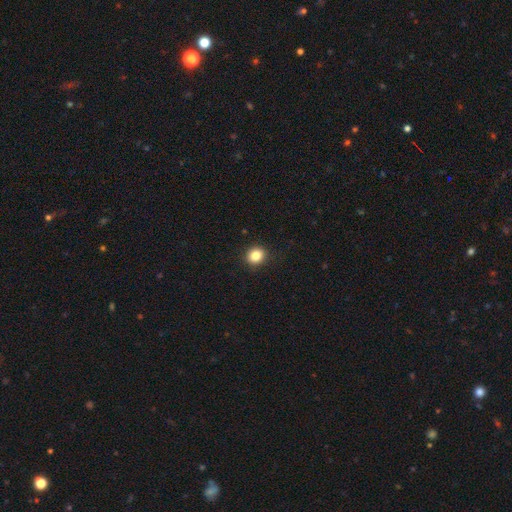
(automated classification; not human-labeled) Morphology: type=smooth (84%); roundness=round (79%); merging=none (90%).